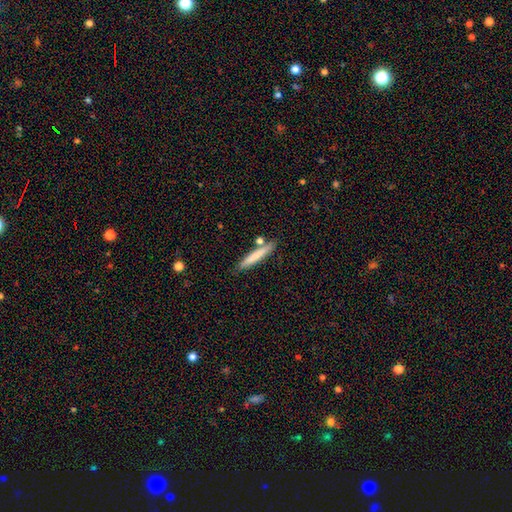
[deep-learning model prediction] smooth_or_featured: smooth (p=0.74) [alt: featured or disk p=0.21]
how_rounded: cigar-shaped (p=0.94) [alt: in between p=0.05]
merging: none (p=0.80) [alt: minor disturbance p=0.11]